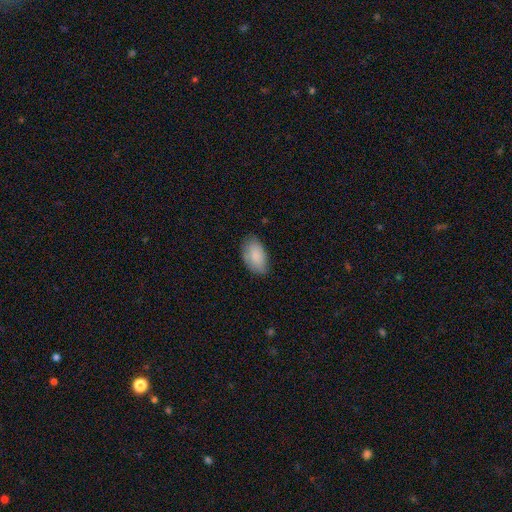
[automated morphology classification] This is clearly a smooth galaxy (85%). How rounded: clearly in between (94%). Merging: likely none (72%).